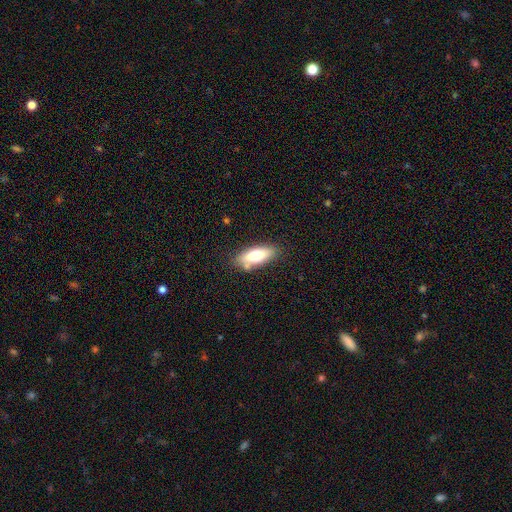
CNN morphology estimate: Smooth or featured: smooth — 69% (featured or disk — 24%)
How rounded: in between — 73% (cigar-shaped — 24%)
Merging: none — 74% (minor disturbance — 17%)